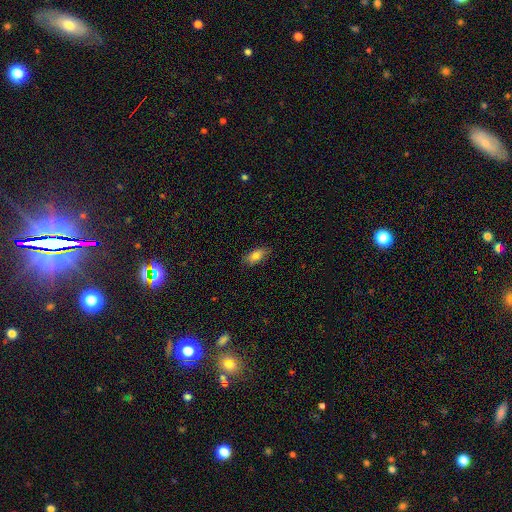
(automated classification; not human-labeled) Q: Smooth or featured?
A: smooth (80%); runner-up: featured or disk (11%)
Q: How rounded?
A: in between (88%); runner-up: cigar-shaped (8%)
Q: Merging?
A: none (83%); runner-up: minor disturbance (14%)